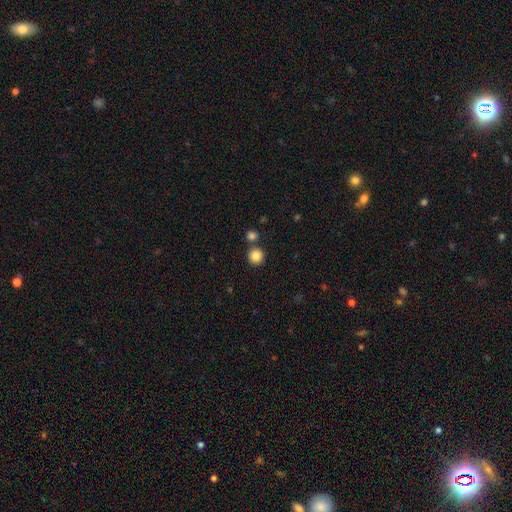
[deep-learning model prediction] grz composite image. It shows a smooth galaxy with no disk features (85%) that is round (93%). Merging: none (78%).